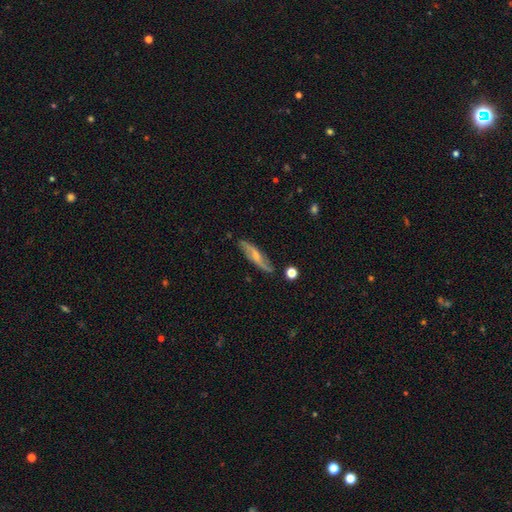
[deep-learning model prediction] A featured or disk galaxy (65%). Merging: none (79%).